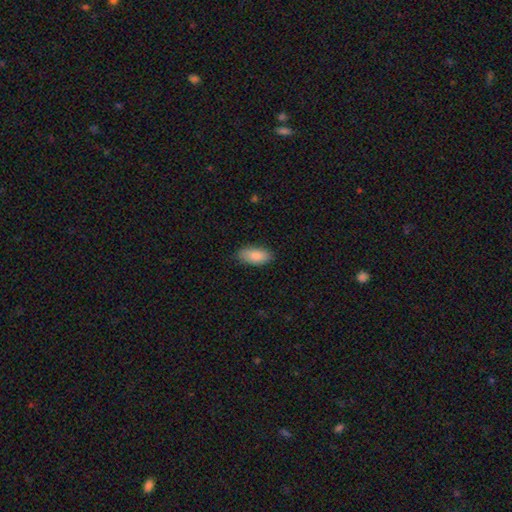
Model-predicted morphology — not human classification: Smooth or featured?
  - smooth: 86% *
  - featured or disk: 7%
  - star or artifact: 6%
How rounded?
  - in between: 90% *
  - cigar-shaped: 8%
  - round: 2%
Merging?
  - none: 85% *
  - minor disturbance: 12%
  - major disturbance: 2%
  - merger: 1%